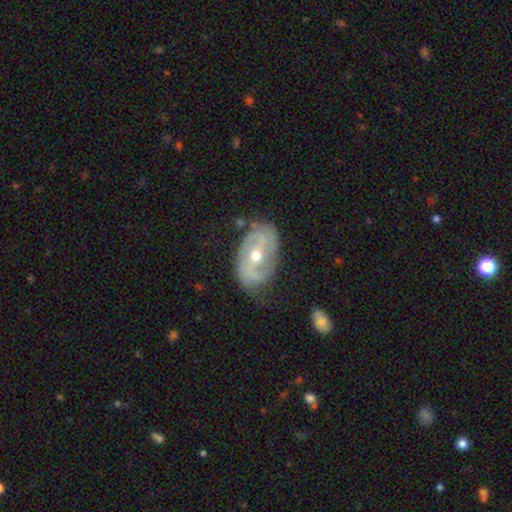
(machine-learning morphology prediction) featured or disk 83%, smooth 12%, star or artifact 6%. Down the decision tree: edge-on disk — no (95%); bar — weak (39%); spiral arms — yes (87%); spiral arm count — 2 (65%); spiral winding — tight (45%); bulge size — moderate (68%); merging — none (66%).